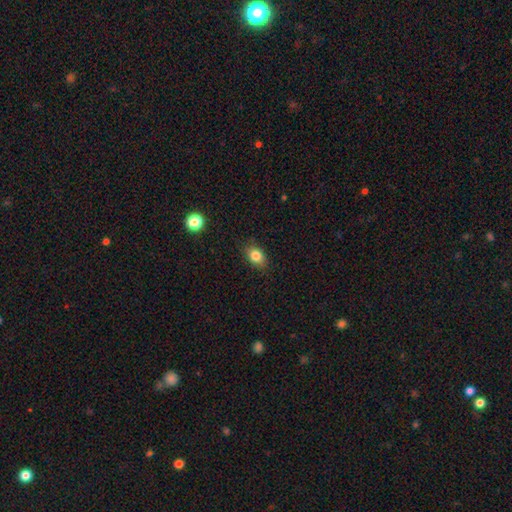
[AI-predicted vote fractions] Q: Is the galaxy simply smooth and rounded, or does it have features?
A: smooth — 83%.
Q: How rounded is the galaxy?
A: in between — 73%.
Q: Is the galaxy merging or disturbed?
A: none — 83%.